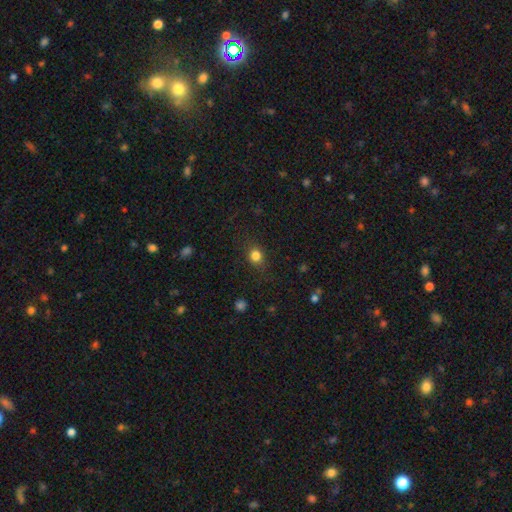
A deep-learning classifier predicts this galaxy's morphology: The model was most divided on "how rounded": round: 74%, in between: 25%, cigar-shaped: 1%. More confident: merging — none (83%); smooth or featured — smooth (82%).